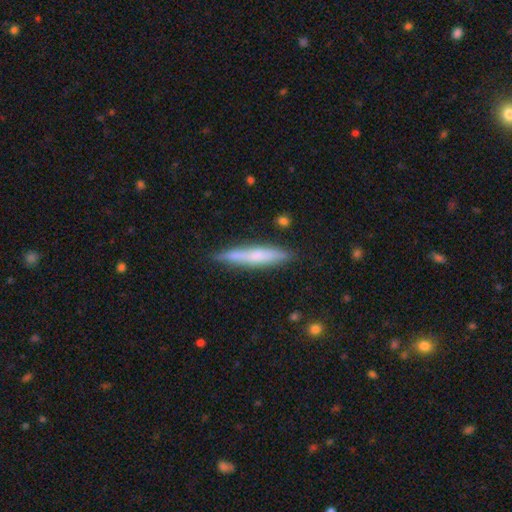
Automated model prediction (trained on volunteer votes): Smooth or featured?
  - smooth: 57% *
  - featured or disk: 37%
  - star or artifact: 6%
How rounded?
  - cigar-shaped: 92% *
  - in between: 6%
  - round: 2%
Merging?
  - none: 84% *
  - minor disturbance: 12%
  - major disturbance: 2%
  - merger: 2%